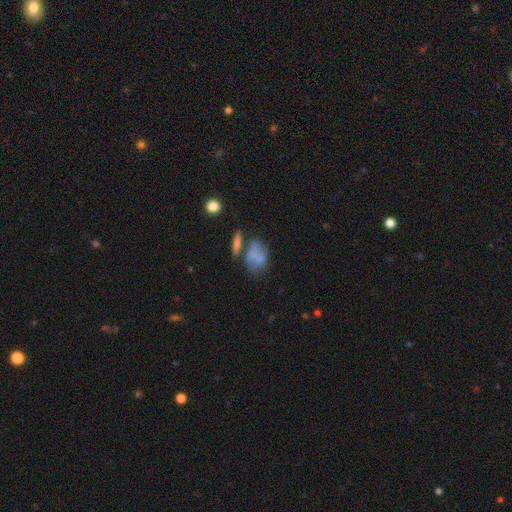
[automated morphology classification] Smooth or featured: smooth — 68% (featured or disk — 22%)
How rounded: in between — 74% (round — 21%)
Merging: none — 37% (merger — 30%)